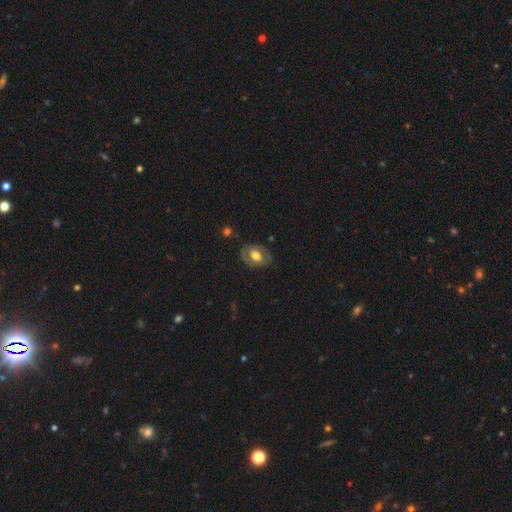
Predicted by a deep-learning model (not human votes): Smooth or featured: smooth — 51% (featured or disk — 42%)
How rounded: in between — 77% (round — 22%)
Merging: none — 78% (minor disturbance — 15%)